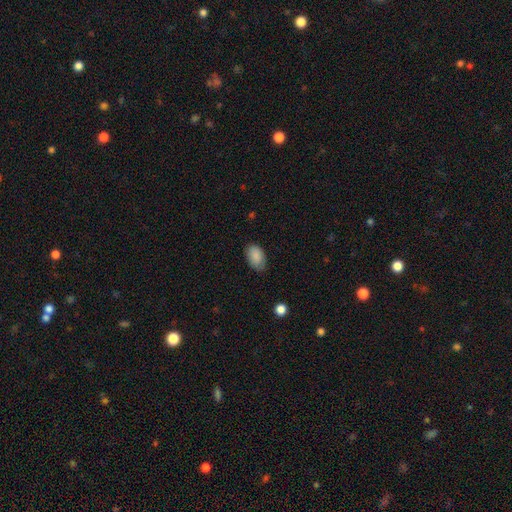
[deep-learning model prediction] Morphology: type=smooth (87%); roundness=in between (92%); merging=none (77%).